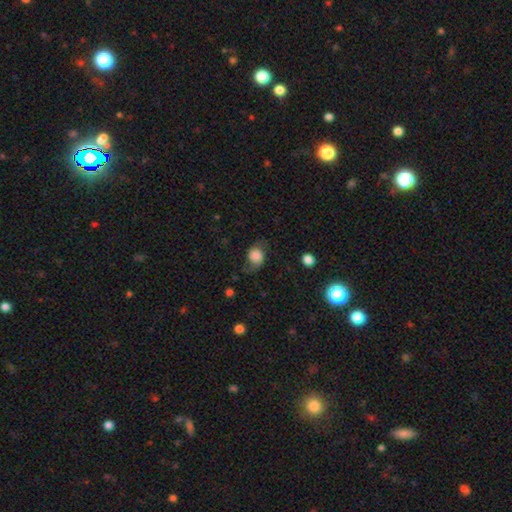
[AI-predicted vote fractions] A smooth galaxy with no disk features (56%) that is round (56%).

Vote fractions:
- Smooth or featured? smooth: 56% / featured or disk: 34% / star or artifact: 10%
- How rounded? round: 56% / in between: 43% / cigar-shaped: 1%
- Merging? none: 60% / minor disturbance: 23% / major disturbance: 15% / merger: 2%